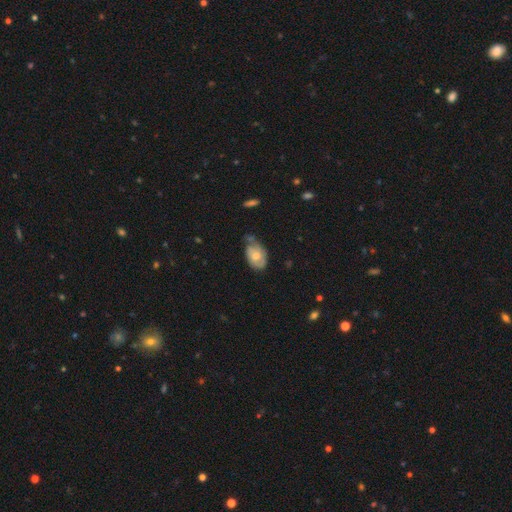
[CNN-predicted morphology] smooth 56%, featured or disk 37%, star or artifact 7%. Down the decision tree: how rounded — in between (87%); merging — none (42%).